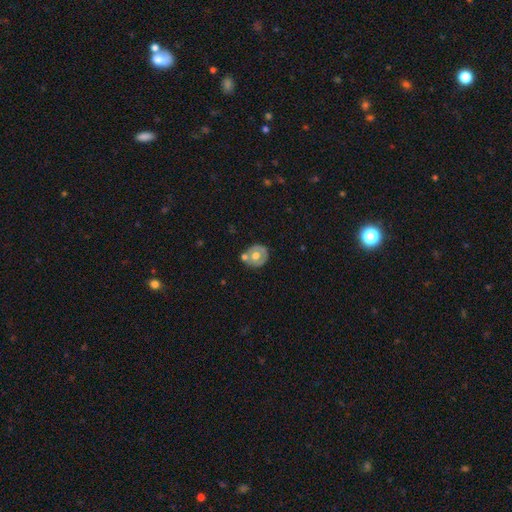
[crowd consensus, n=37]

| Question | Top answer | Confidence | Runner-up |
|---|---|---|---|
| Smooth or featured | smooth | 51% | featured or disk (46%) |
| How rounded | in between | 53% | round (47%) |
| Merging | none | 39% | merger (36%) |